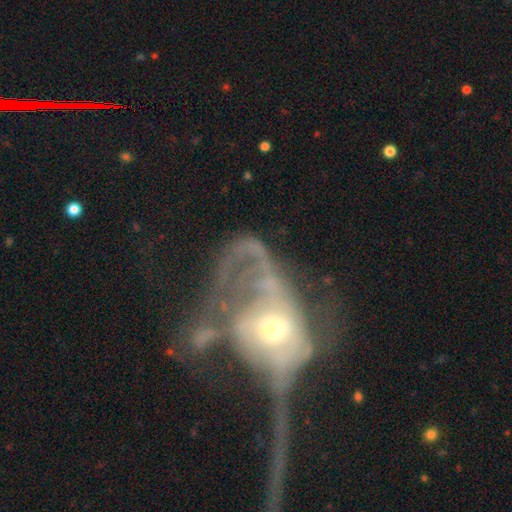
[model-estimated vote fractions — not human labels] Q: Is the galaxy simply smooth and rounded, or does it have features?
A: featured or disk — 69%.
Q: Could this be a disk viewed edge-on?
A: no — 95%.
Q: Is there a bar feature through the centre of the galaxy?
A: no — 74%.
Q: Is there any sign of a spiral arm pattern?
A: yes — 52%.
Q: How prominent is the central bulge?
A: moderate — 46%, tied with small.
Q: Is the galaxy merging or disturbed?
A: major disturbance — 48%.